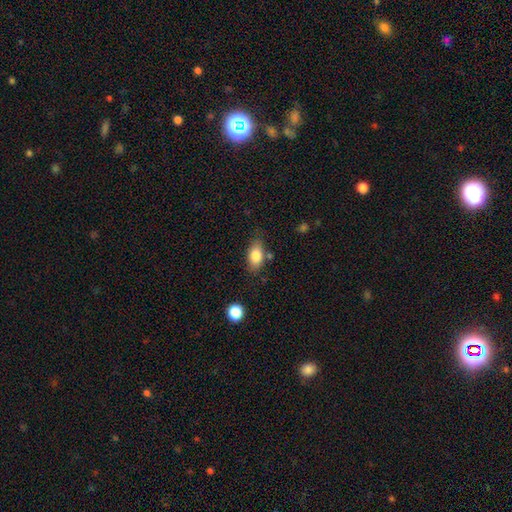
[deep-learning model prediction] A smooth galaxy with no disk features (81%) that is in between round and cigar-shaped (88%).

Vote fractions:
- Smooth or featured? smooth: 81% / featured or disk: 11% / star or artifact: 8%
- How rounded? in between: 88% / round: 7% / cigar-shaped: 5%
- Merging? none: 74% / minor disturbance: 17% / merger: 5% / major disturbance: 4%